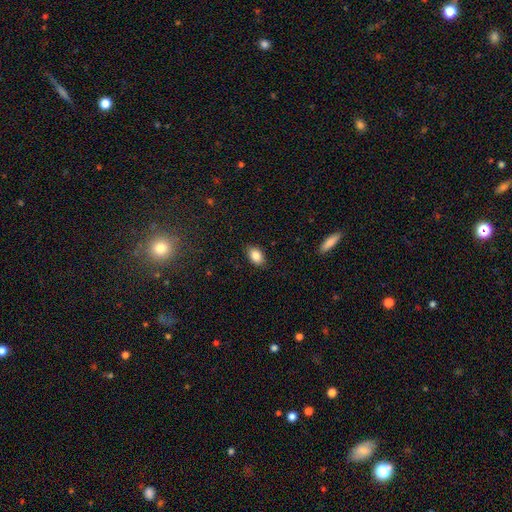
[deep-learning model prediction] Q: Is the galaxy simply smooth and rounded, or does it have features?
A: smooth — 86%.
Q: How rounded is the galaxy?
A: in between — 88%.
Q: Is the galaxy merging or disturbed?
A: none — 86%.